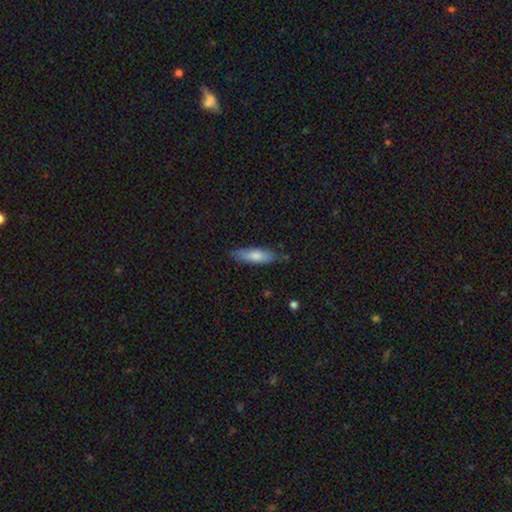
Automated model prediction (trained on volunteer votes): Smooth or featured?
  - smooth: 78% *
  - featured or disk: 17%
  - star or artifact: 6%
How rounded?
  - cigar-shaped: 53% *
  - in between: 45%
  - round: 2%
Merging?
  - none: 76% *
  - minor disturbance: 19%
  - major disturbance: 3%
  - merger: 2%